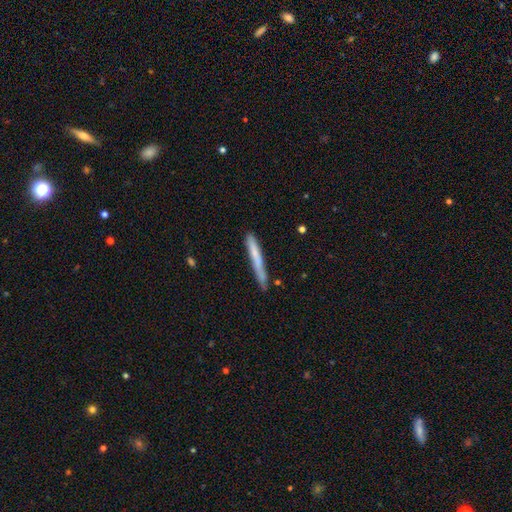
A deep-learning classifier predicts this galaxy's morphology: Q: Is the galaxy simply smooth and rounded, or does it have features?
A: smooth — 62%.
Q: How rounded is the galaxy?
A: cigar-shaped — 96%.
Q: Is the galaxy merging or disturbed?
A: none — 73%.